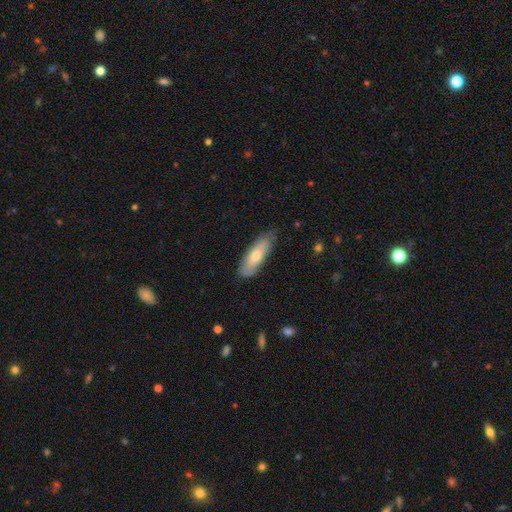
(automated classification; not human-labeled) Smooth or featured? smooth (60%)
How rounded? in between (59%)
Merging? none (76%)